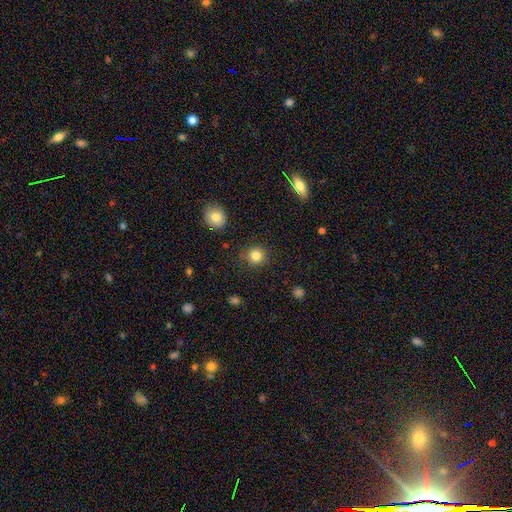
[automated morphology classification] Smooth or featured? Predicted: smooth (p=0.84). How rounded? Predicted: round (p=0.93). Merging? Predicted: none (p=0.89).